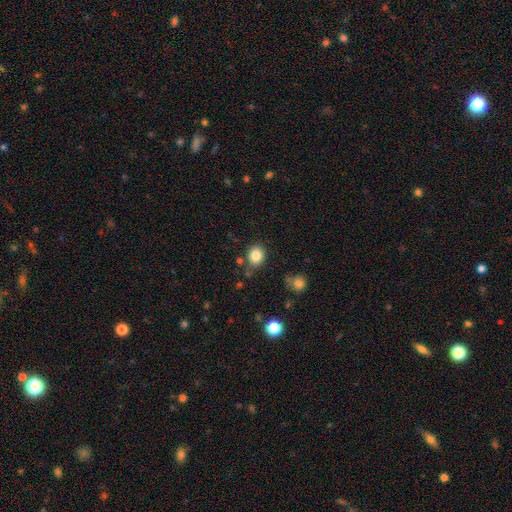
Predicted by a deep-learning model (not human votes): Smooth or featured? Predicted: smooth (p=0.84). How rounded? Predicted: round (p=0.65). Merging? Predicted: none (p=0.81).